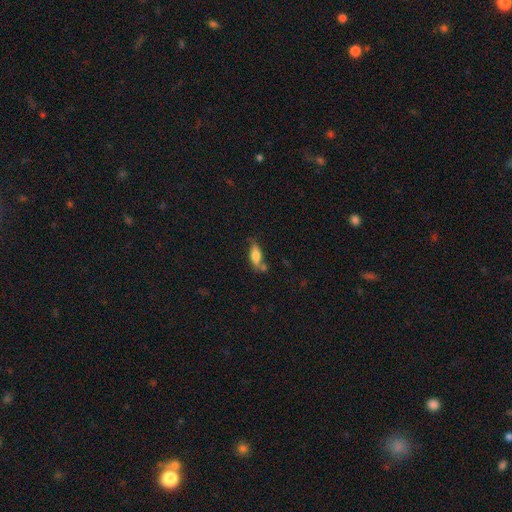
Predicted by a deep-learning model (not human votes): smooth-or-featured: smooth: 75% | featured or disk: 17% | star or artifact: 7%
  how-rounded: in between: 69% | cigar-shaped: 28% | round: 3%
  merging: none: 59% | minor disturbance: 21% | merger: 14% | major disturbance: 6%